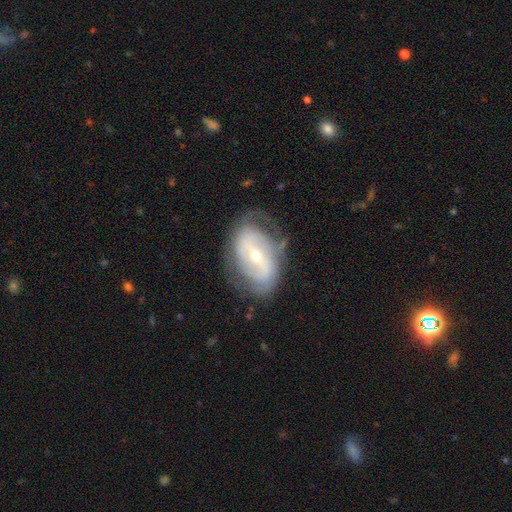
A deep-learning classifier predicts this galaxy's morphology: Q: Smooth or featured?
A: featured or disk (75%); runner-up: smooth (18%)
Q: Edge-on disk?
A: no (94%); runner-up: yes (6%)
Q: Bar?
A: weak (38%); runner-up: strong (32%)
Q: Spiral arms?
A: yes (77%); runner-up: no (23%)
Q: Spiral winding?
A: tight (40%); runner-up: medium (38%)
Q: Spiral arm count?
A: 2 (59%); runner-up: can't tell (27%)
Q: Bulge size?
A: small (56%); runner-up: moderate (40%)
Q: Merging?
A: none (62%); runner-up: minor disturbance (23%)